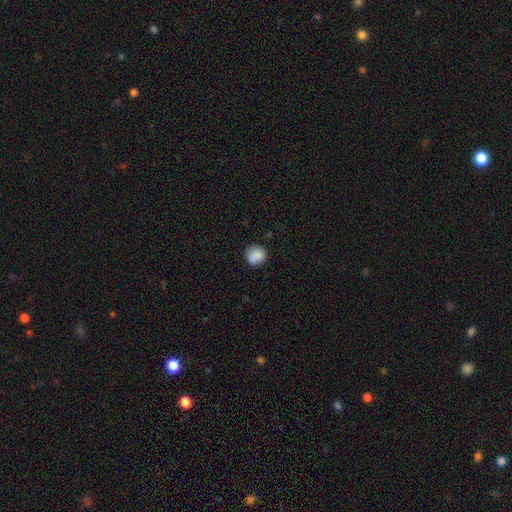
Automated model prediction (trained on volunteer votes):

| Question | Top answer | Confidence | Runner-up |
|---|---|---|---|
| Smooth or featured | smooth | 86% | star or artifact (8%) |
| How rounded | round | 89% | in between (10%) |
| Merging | none | 78% | minor disturbance (16%) |